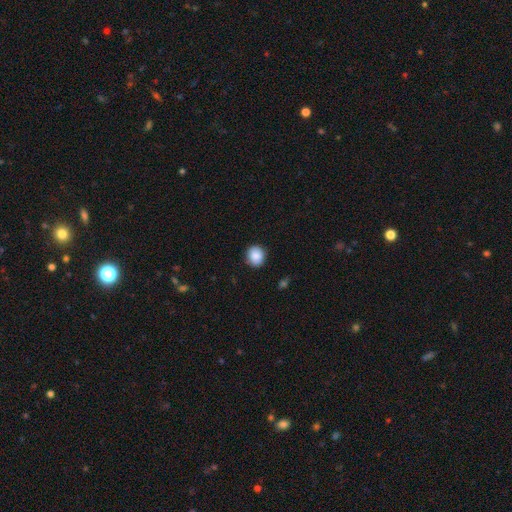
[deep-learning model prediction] Smooth or featured?
  - smooth: 87% *
  - star or artifact: 8%
  - featured or disk: 5%
How rounded?
  - round: 82% *
  - in between: 17%
  - cigar-shaped: 1%
Merging?
  - none: 86% *
  - minor disturbance: 11%
  - major disturbance: 2%
  - merger: 1%